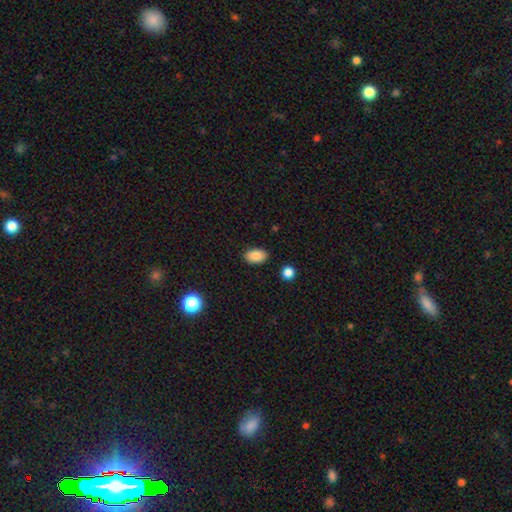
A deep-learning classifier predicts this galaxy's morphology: The model was most divided on "merging": none: 87%, minor disturbance: 9%, major disturbance: 2%, merger: 2%. More confident: how rounded — in between (90%); smooth or featured — smooth (88%).